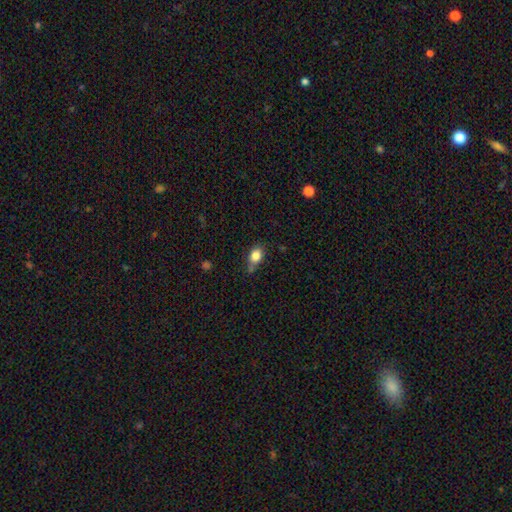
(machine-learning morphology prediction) Overall: smooth (84%). How rounded: in between (67%; round 31%). Merging: none (63%).